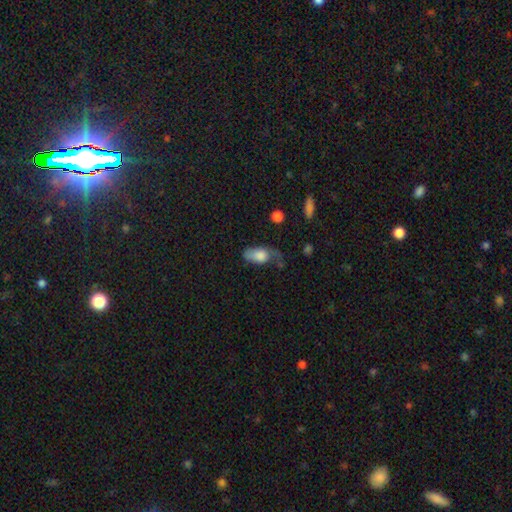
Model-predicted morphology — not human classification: This appears to be a smooth galaxy with no disk features (57%) that is in between round and cigar-shaped (85%). Merging: none (37%).